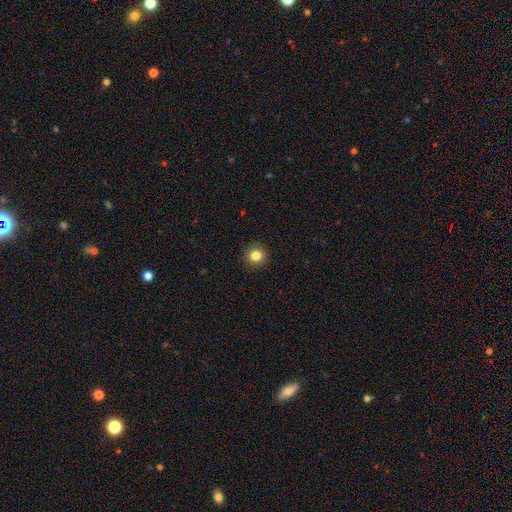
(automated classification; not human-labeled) Smooth or featured? Predicted: smooth (p=0.84). How rounded? Predicted: round (p=0.92). Merging? Predicted: none (p=0.92).